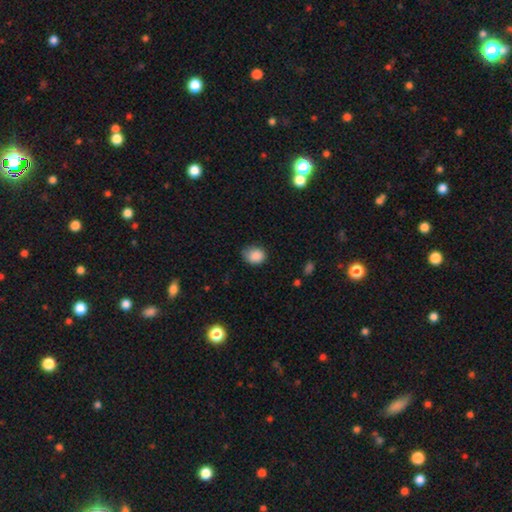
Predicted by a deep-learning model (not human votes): Morphology: type=smooth (87%); roundness=round (56%); merging=none (64%).